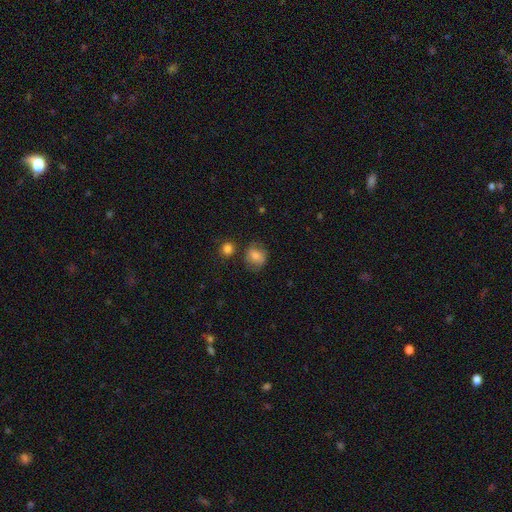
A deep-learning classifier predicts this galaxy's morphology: The model was most divided on "how rounded": round: 67%, in between: 32%, cigar-shaped: 1%. More confident: smooth or featured — smooth (71%); merging — none (66%).